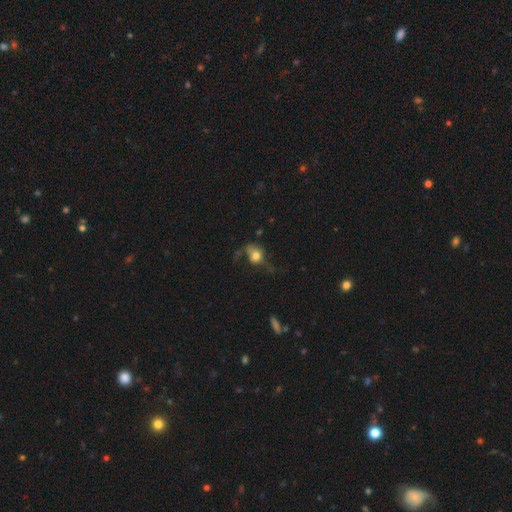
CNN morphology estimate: The model was most divided on "merging": major disturbance: 41%, none: 33%, minor disturbance: 21%, merger: 4%. More confident: how rounded — round (60%); smooth or featured — smooth (60%).